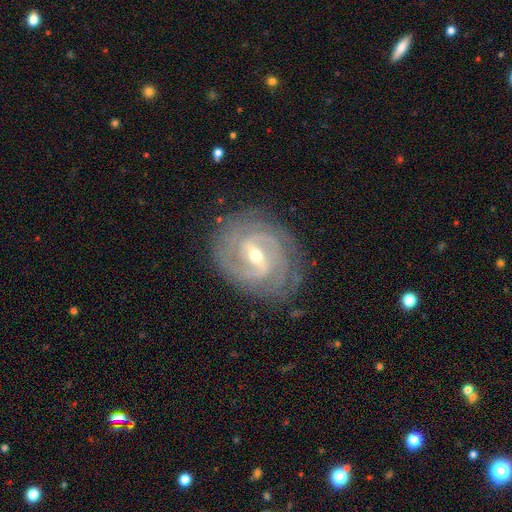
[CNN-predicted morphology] Smooth or featured?
  - featured or disk: 90% *
  - star or artifact: 5%
  - smooth: 5%
Edge-on disk?
  - no: 96% *
  - yes: 4%
Bar?
  - weak: 45% *
  - strong: 43%
  - no: 12%
Spiral arms?
  - yes: 97% *
  - no: 3%
Spiral winding?
  - tight: 68% *
  - medium: 27%
  - loose: 5%
Spiral arm count?
  - 2: 41% *
  - 3: 20%
  - can't tell: 18%
  - 4: 10%
  - more than 4: 5%
  - 1: 5%
Bulge size?
  - small: 49% *
  - moderate: 48%
  - large: 2%
  - none: 1%
  - dominant: 1%
Merging?
  - none: 81% *
  - minor disturbance: 14%
  - major disturbance: 4%
  - merger: 1%